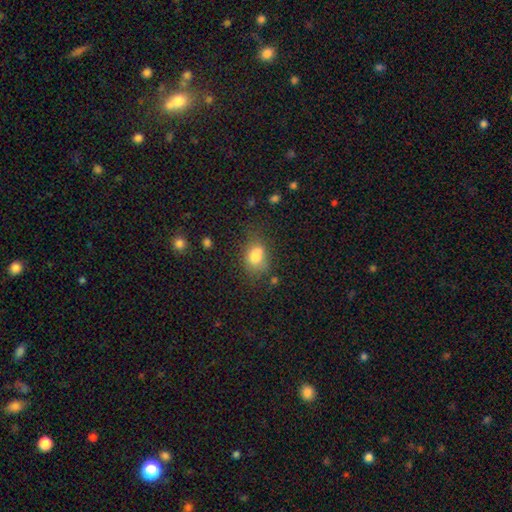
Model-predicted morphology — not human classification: Q: Smooth or featured?
A: smooth (80%); runner-up: star or artifact (10%)
Q: How rounded?
A: in between (72%); runner-up: round (27%)
Q: Merging?
A: none (54%); runner-up: minor disturbance (27%)